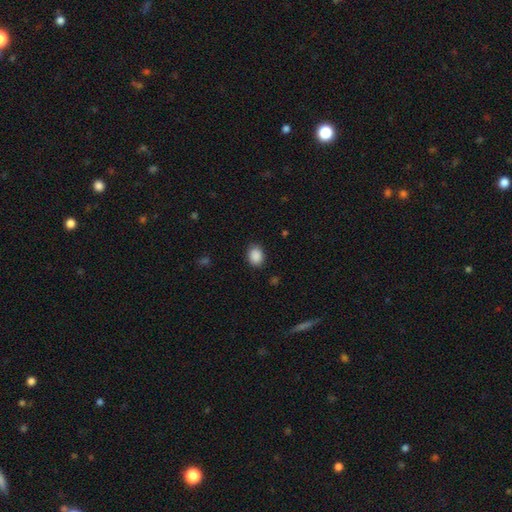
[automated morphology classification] Overall: smooth (89%). How rounded: in between (59%; round 40%). Merging: none (87%).